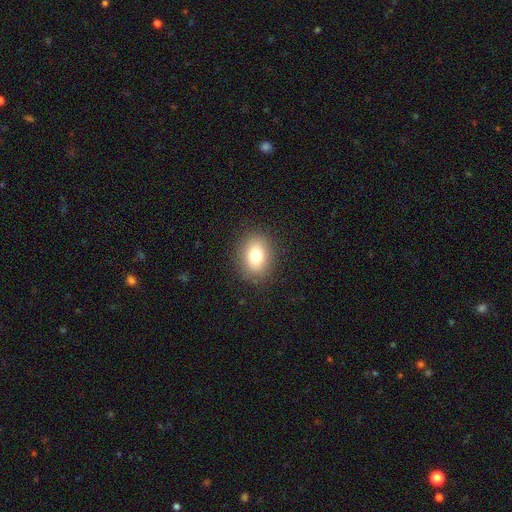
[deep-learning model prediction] Smooth or featured: smooth — 79% (featured or disk — 11%)
How rounded: in between — 59% (round — 40%)
Merging: none — 86% (minor disturbance — 9%)